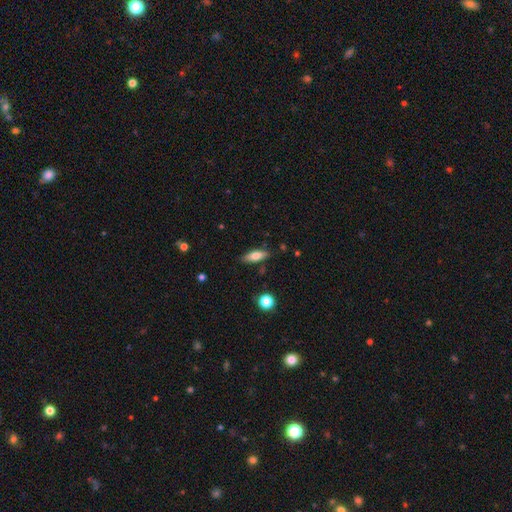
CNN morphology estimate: Overall: smooth (71%). How rounded: in between (62%; cigar-shaped 36%). Merging: none (84%).